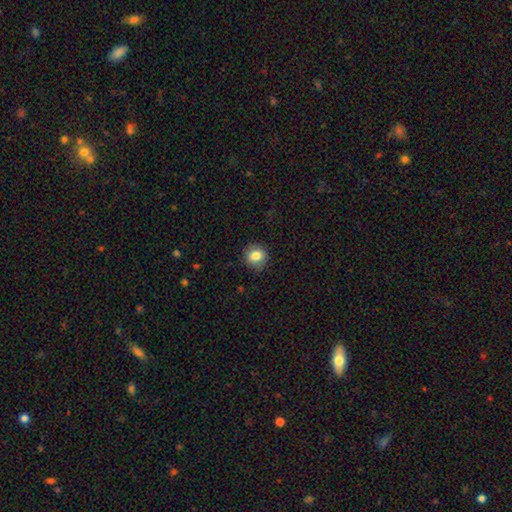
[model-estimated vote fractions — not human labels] smooth 82%, star or artifact 10%, featured or disk 8%. Down the decision tree: how rounded — round (84%); merging — none (85%).